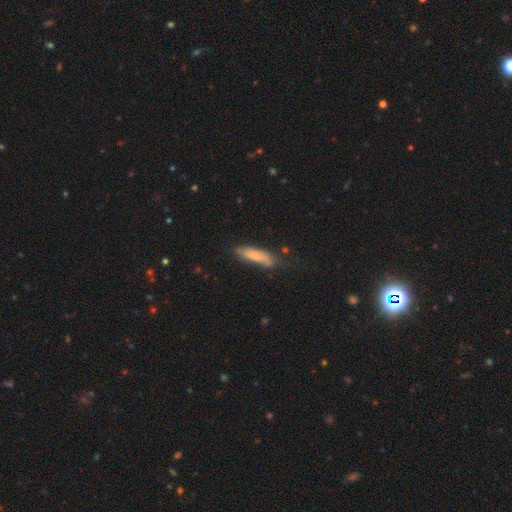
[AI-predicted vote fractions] This is likely a smooth galaxy (76%). How rounded: likely cigar-shaped (72%). Merging: likely none (67%).